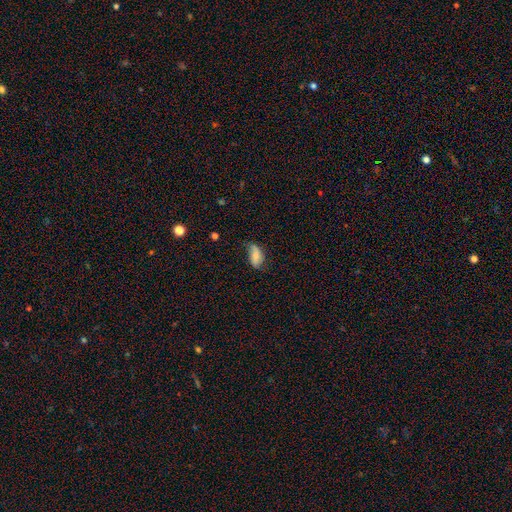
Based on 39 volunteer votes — smooth-or-featured: smooth: 59% | featured or disk: 36% | star or artifact: 5%
  how-rounded: in between: 96% | round: 4% | cigar-shaped: 0%
  merging: minor disturbance: 46% | none: 35% | major disturbance: 19% | merger: 0%